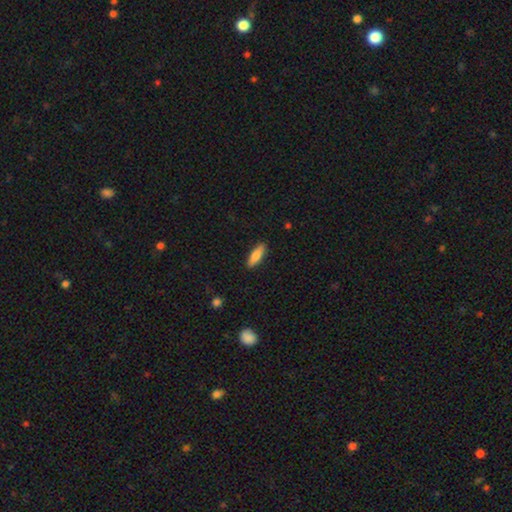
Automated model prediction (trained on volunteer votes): Smooth or featured?
  - smooth: 79% *
  - featured or disk: 15%
  - star or artifact: 6%
How rounded?
  - in between: 56% *
  - cigar-shaped: 42%
  - round: 2%
Merging?
  - none: 88% *
  - minor disturbance: 9%
  - major disturbance: 2%
  - merger: 1%